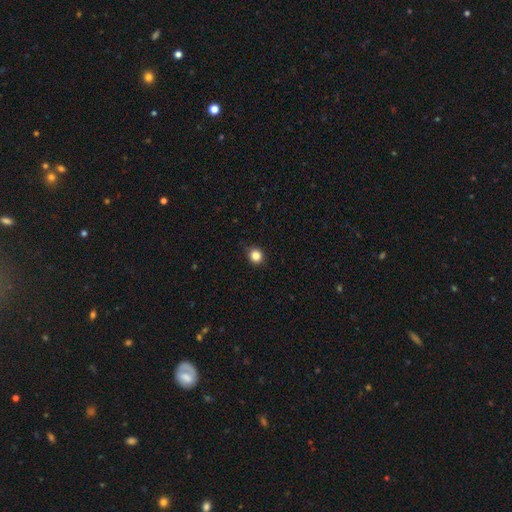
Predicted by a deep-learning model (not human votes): Smooth or featured?
  - smooth: 84% *
  - star or artifact: 12%
  - featured or disk: 4%
How rounded?
  - round: 86% *
  - in between: 13%
  - cigar-shaped: 1%
Merging?
  - none: 86% *
  - minor disturbance: 11%
  - major disturbance: 2%
  - merger: 1%